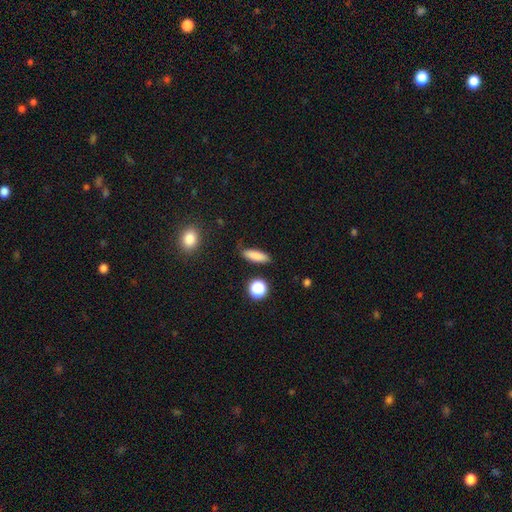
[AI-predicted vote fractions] A smooth galaxy with no disk features (83%) that is cigar-shaped (52%).

Vote fractions:
- Smooth or featured? smooth: 83% / star or artifact: 10% / featured or disk: 7%
- How rounded? cigar-shaped: 52% / in between: 43% / round: 5%
- Merging? none: 81% / minor disturbance: 13% / major disturbance: 3% / merger: 2%